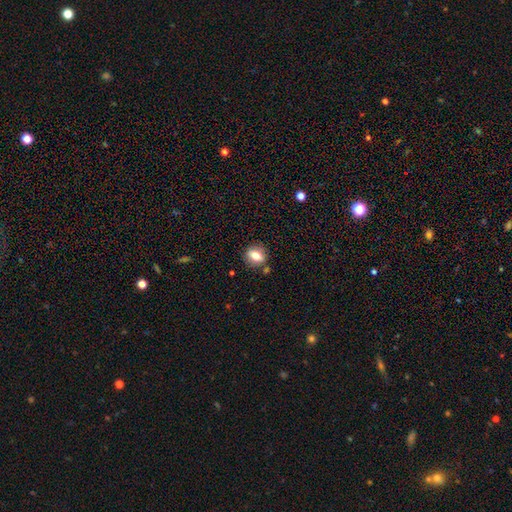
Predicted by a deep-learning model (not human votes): Smooth or featured?
  - smooth: 73% *
  - featured or disk: 18%
  - star or artifact: 9%
How rounded?
  - round: 50% *
  - in between: 48%
  - cigar-shaped: 3%
Merging?
  - none: 81% *
  - minor disturbance: 11%
  - merger: 5%
  - major disturbance: 3%